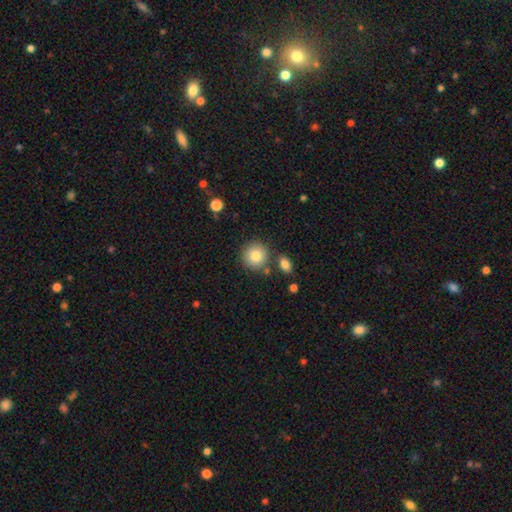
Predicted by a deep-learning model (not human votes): smooth-or-featured: smooth: 83% | star or artifact: 9% | featured or disk: 8%
  how-rounded: round: 92% | in between: 7% | cigar-shaped: 1%
  merging: none: 80% | merger: 9% | minor disturbance: 8% | major disturbance: 3%